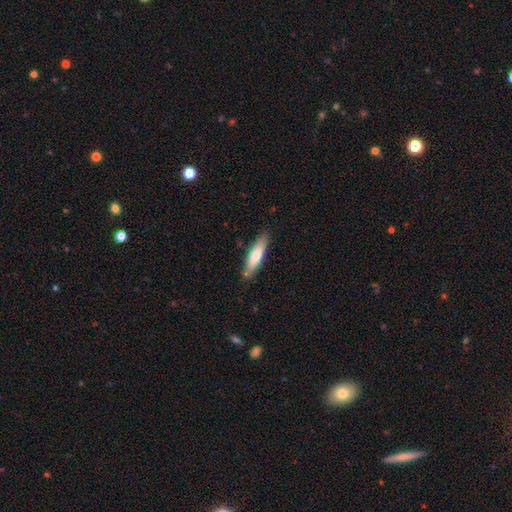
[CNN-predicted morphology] Overall: smooth (69%). How rounded: cigar-shaped (73%). Merging: none (83%).